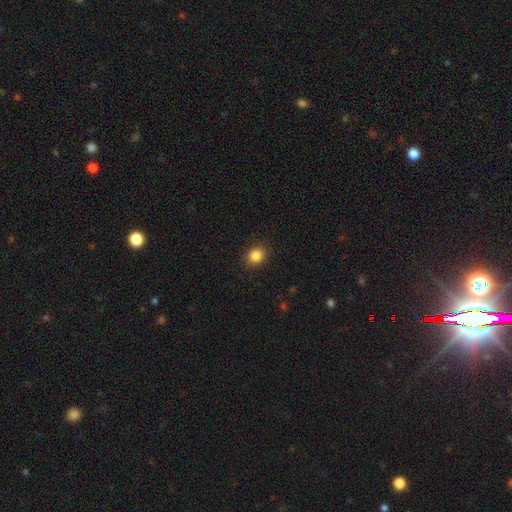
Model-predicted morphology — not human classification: This appears to be a smooth galaxy with no disk features (85%) that is round (70%). Merging: none (89%).